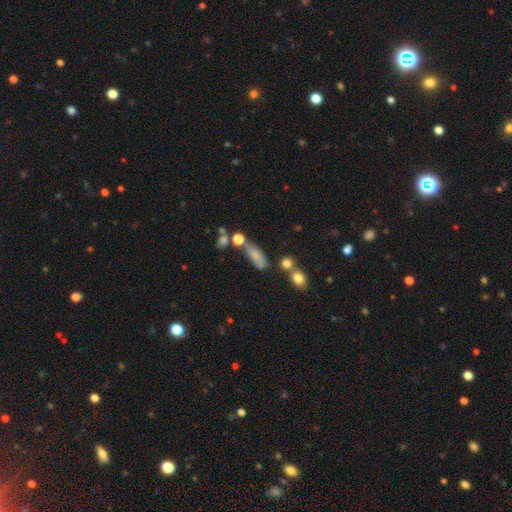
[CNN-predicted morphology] type=smooth (73%); roundness=in between (63%); merging=none (49%).